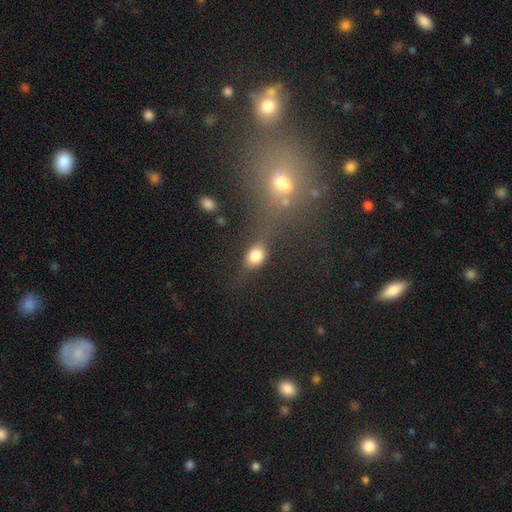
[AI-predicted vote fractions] Smooth or featured? smooth (78%)
How rounded? in between (66%)
Merging? none (56%)